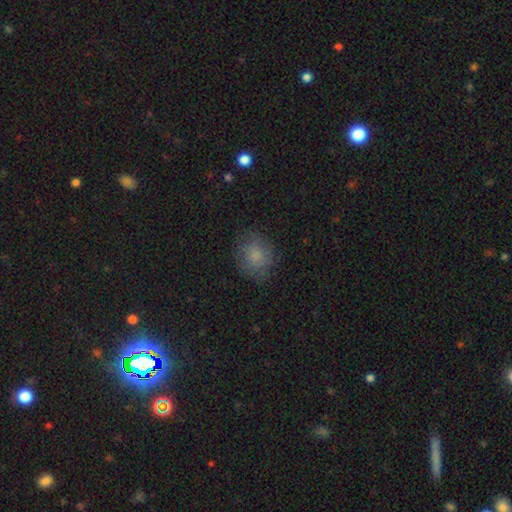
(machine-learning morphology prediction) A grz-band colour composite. It shows a smooth galaxy with no disk features (80%) that is round (70%). Merging: none (77%).